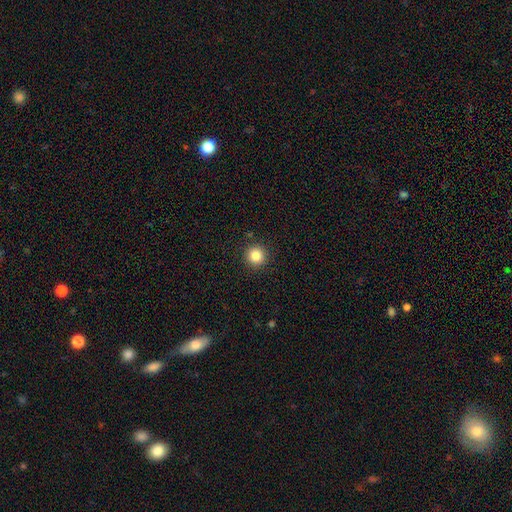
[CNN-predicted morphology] Smooth or featured? smooth (85%)
How rounded? round (95%)
Merging? none (92%)